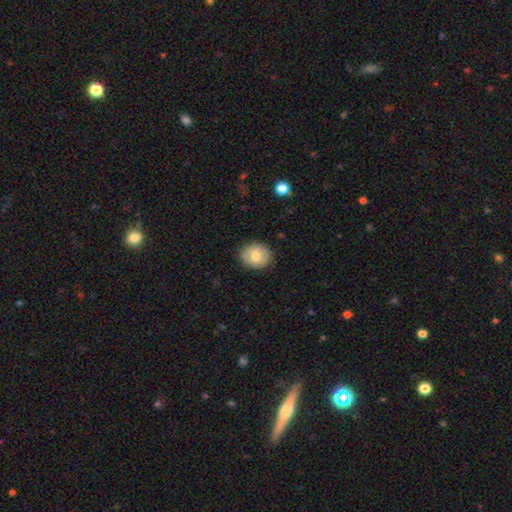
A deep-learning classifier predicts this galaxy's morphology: A smooth galaxy with no disk features (75%) that is round (66%). Merging: none (88%).